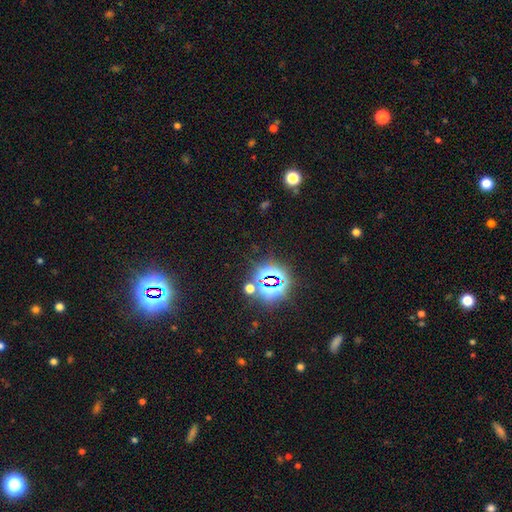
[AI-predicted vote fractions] smooth_or_featured: star or artifact (p=0.82) [alt: smooth p=0.11]